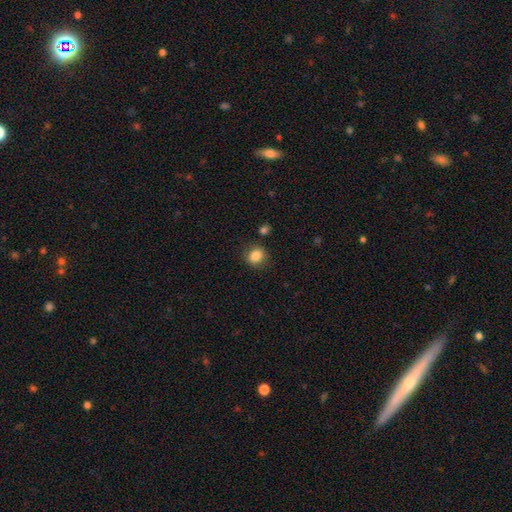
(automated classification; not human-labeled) This is clearly a smooth galaxy (85%). How rounded: likely round (73%). Merging: clearly none (83%).